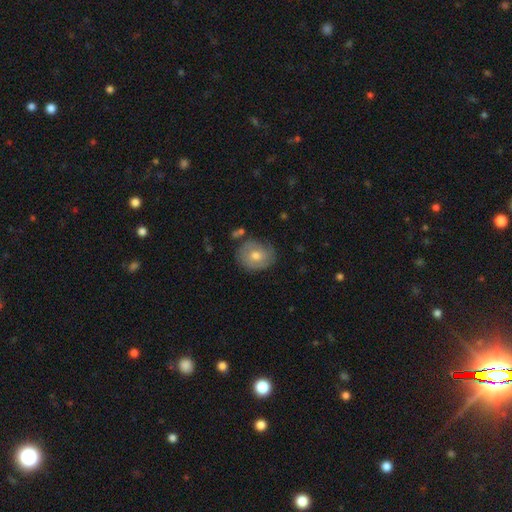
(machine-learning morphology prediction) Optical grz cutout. It shows a smooth galaxy with no disk features (50%). Merging: none (73%).